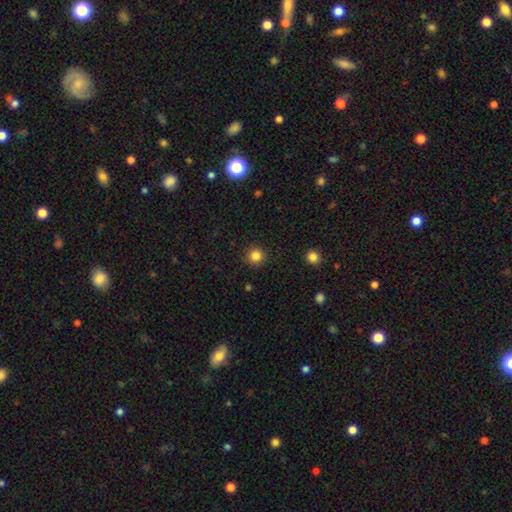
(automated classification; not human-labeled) Smooth or featured? smooth (84%)
How rounded? round (94%)
Merging? none (91%)